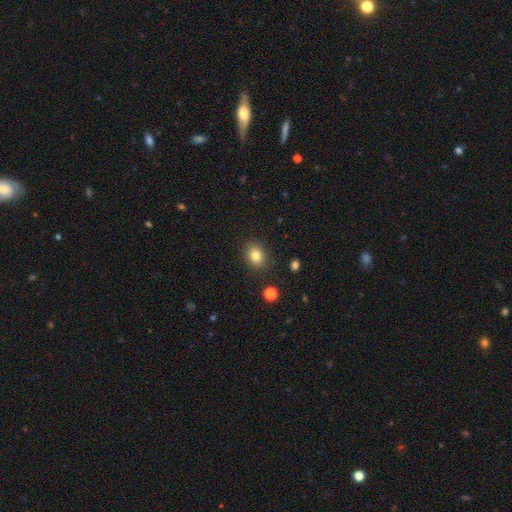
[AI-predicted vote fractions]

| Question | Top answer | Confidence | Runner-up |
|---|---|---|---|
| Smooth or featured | smooth | 82% | star or artifact (10%) |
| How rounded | in between | 52% | round (47%) |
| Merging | none | 87% | minor disturbance (8%) |